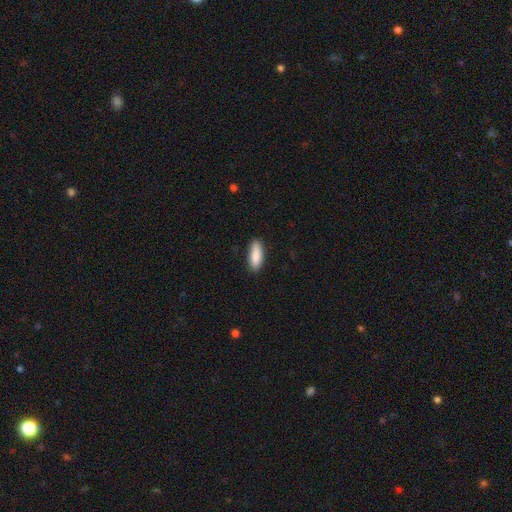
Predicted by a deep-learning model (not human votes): Morphology: type=smooth (89%); roundness=in between (68%); merging=none (86%).